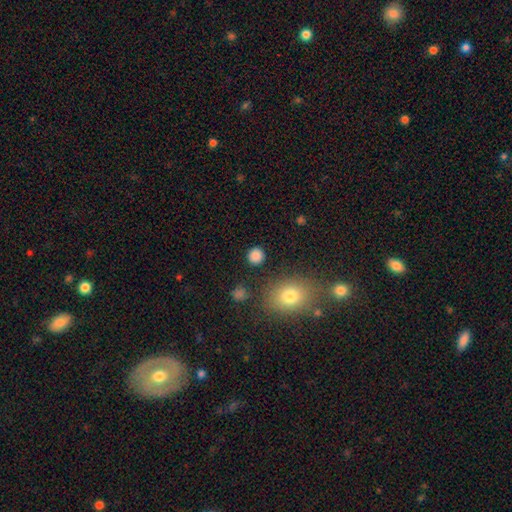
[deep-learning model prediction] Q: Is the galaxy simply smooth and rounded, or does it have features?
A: smooth — 85%.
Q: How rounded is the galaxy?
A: round — 90%.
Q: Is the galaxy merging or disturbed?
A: none — 89%.